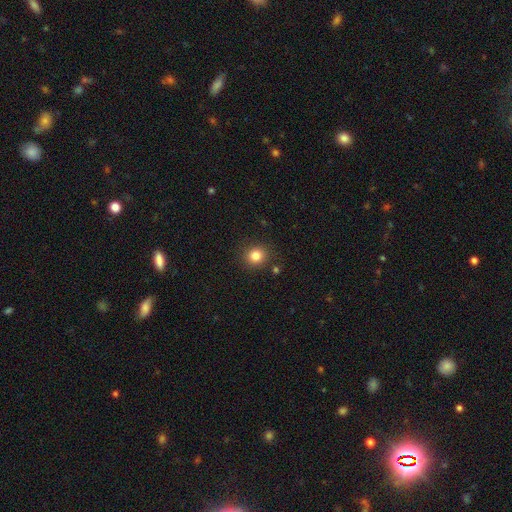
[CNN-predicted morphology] Q: Smooth or featured?
A: smooth (83%); runner-up: star or artifact (12%)
Q: How rounded?
A: round (87%); runner-up: in between (12%)
Q: Merging?
A: none (88%); runner-up: minor disturbance (7%)